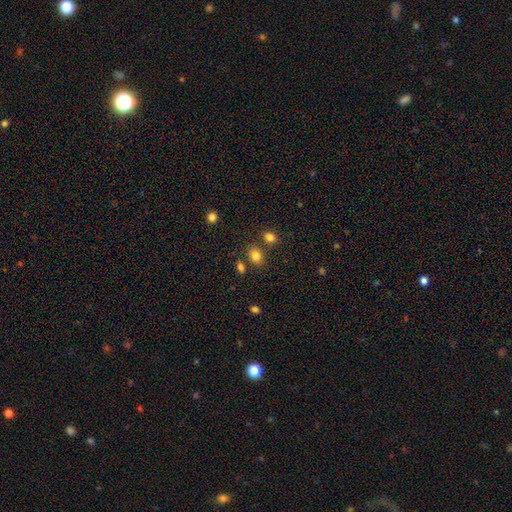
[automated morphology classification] Smooth or featured? smooth (82%)
How rounded? in between (69%)
Merging? none (74%)